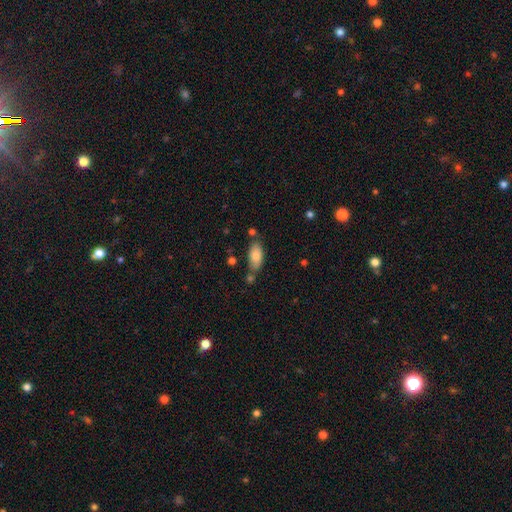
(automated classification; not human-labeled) This appears to be a smooth galaxy with no disk features (81%) that is in between round and cigar-shaped (89%). Merging: none (66%).